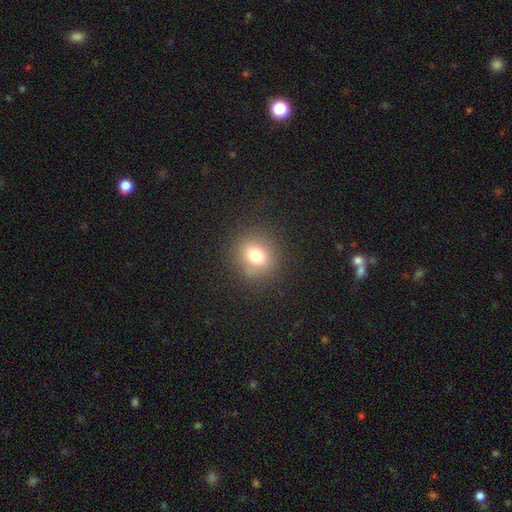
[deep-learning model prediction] The model was most divided on "how rounded": round: 77%, in between: 21%, cigar-shaped: 1%. More confident: merging — none (86%); smooth or featured — smooth (75%).